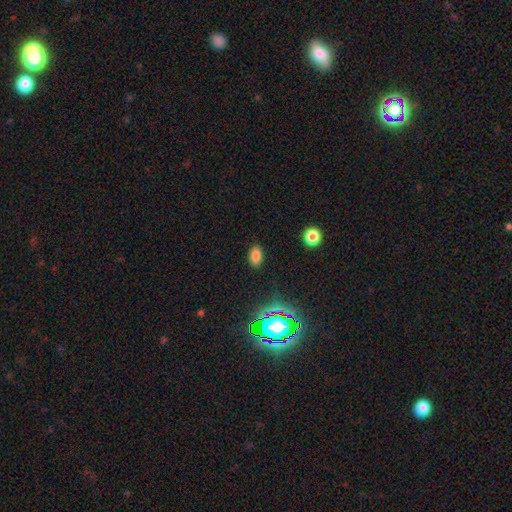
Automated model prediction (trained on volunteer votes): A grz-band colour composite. It shows a smooth galaxy with no disk features (78%) that is in between round and cigar-shaped (90%). Merging: none (87%).